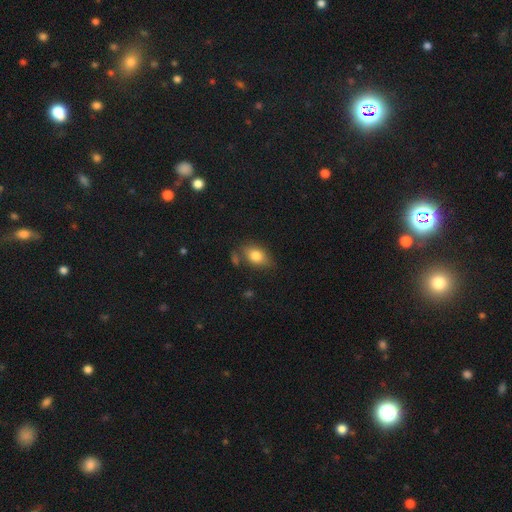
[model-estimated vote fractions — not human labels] The model was most divided on "merging": none: 67%, minor disturbance: 19%, merger: 8%, major disturbance: 5%. More confident: how rounded — in between (84%); smooth or featured — smooth (81%).